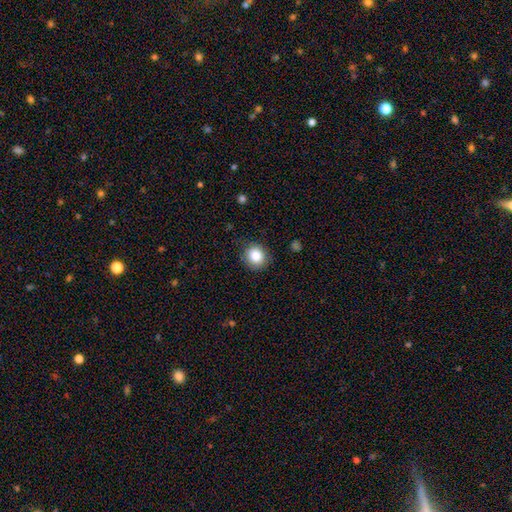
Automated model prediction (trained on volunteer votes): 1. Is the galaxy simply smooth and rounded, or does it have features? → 84% smooth, 9% star or artifact, 6% featured or disk.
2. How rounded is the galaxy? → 87% round, 12% in between, 1% cigar-shaped.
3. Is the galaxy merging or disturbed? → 86% none, 10% minor disturbance, 3% major disturbance, 1% merger.